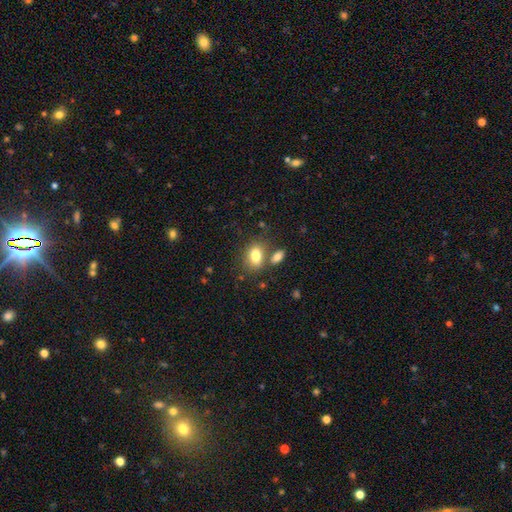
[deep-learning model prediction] Smooth or featured? smooth (80%)
How rounded? in between (80%)
Merging? none (60%)